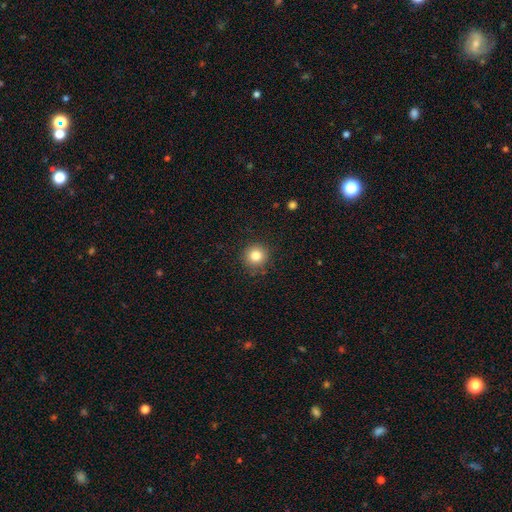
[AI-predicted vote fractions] This is clearly a smooth galaxy (83%). How rounded: clearly round (94%). Merging: clearly none (89%).